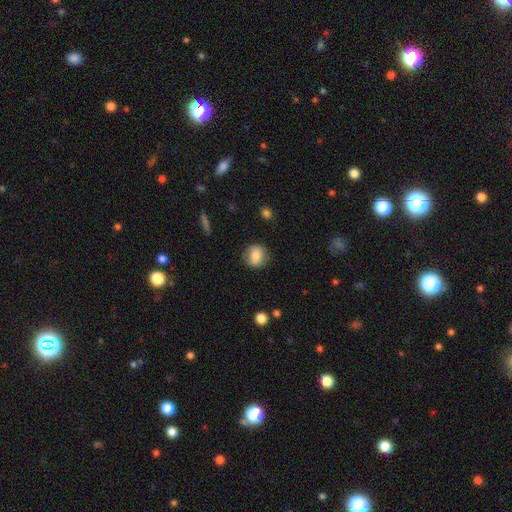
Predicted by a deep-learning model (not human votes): Q: Smooth or featured?
A: smooth (80%); runner-up: featured or disk (12%)
Q: How rounded?
A: round (75%); runner-up: in between (24%)
Q: Merging?
A: none (79%); runner-up: minor disturbance (15%)